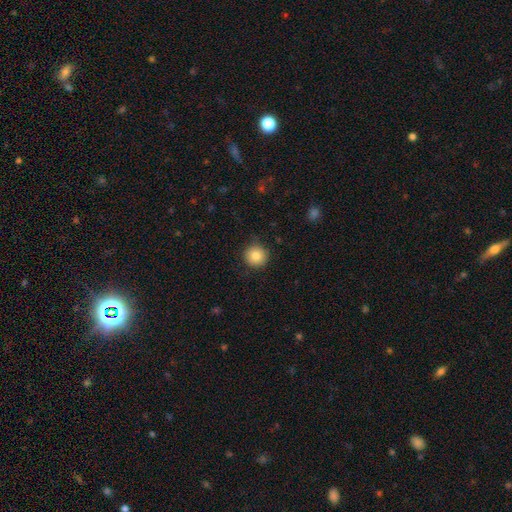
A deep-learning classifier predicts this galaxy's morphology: The model was most divided on "smooth or featured": smooth: 84%, star or artifact: 9%, featured or disk: 7%. More confident: how rounded — round (94%); merging — none (87%).